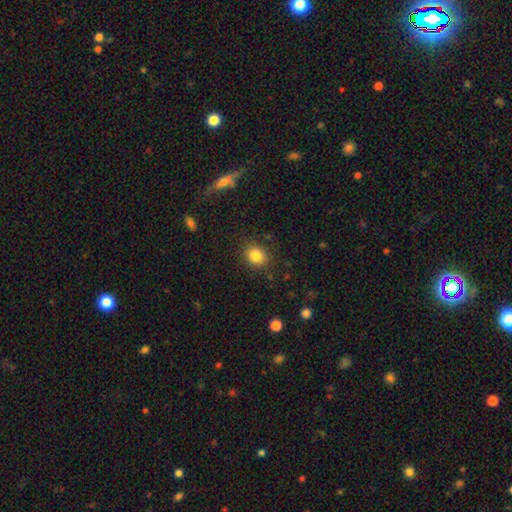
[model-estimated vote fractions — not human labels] Smooth or featured? Predicted: smooth (p=0.84). How rounded? Predicted: round (p=0.55). Merging? Predicted: none (p=0.86).